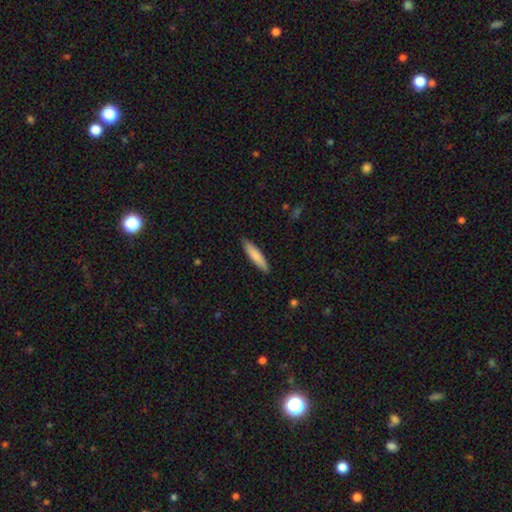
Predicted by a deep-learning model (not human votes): Smooth or featured? Predicted: smooth (p=0.81). How rounded? Predicted: cigar-shaped (p=0.84). Merging? Predicted: none (p=0.89).